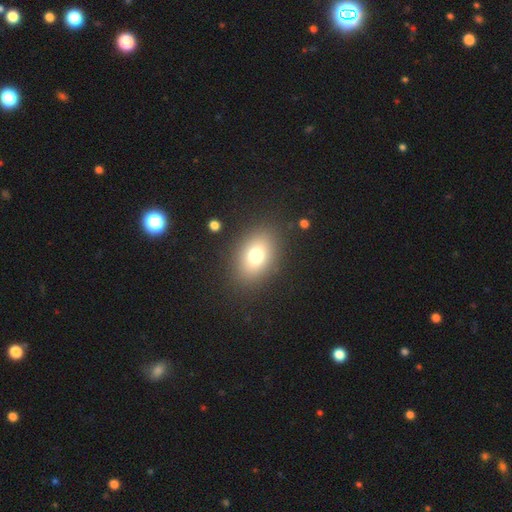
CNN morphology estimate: This is likely a smooth galaxy (73%). How rounded: likely in between (72%). Merging: clearly none (86%).